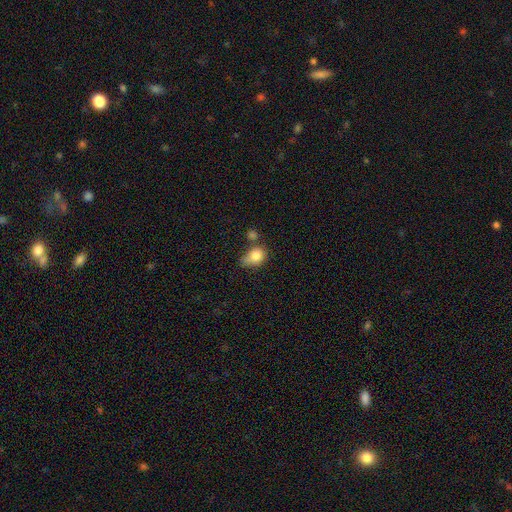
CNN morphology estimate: Smooth or featured? Predicted: smooth (p=0.81). How rounded? Predicted: in between (p=0.58). Merging? Predicted: none (p=0.35).